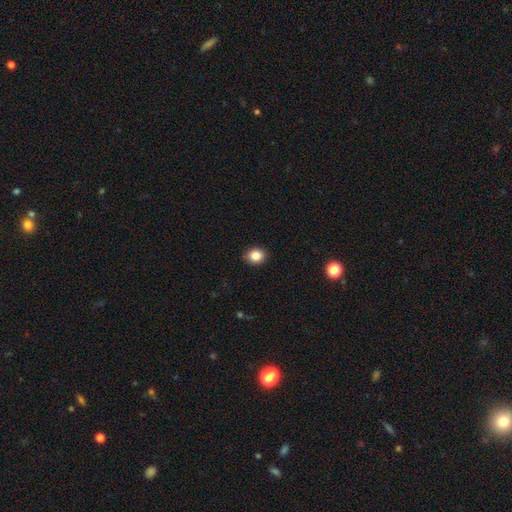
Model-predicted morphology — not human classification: Overall: smooth (85%). How rounded: round (67%; in between 32%). Merging: none (89%).